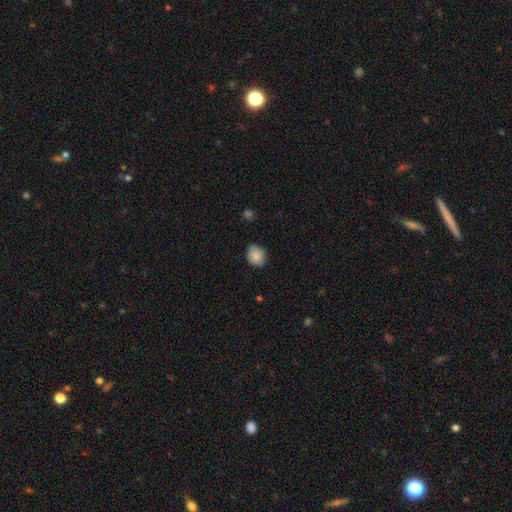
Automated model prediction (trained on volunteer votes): Smooth or featured?
  - smooth: 85% *
  - star or artifact: 8%
  - featured or disk: 7%
How rounded?
  - round: 64% *
  - in between: 35%
  - cigar-shaped: 1%
Merging?
  - none: 79% *
  - minor disturbance: 17%
  - major disturbance: 3%
  - merger: 1%